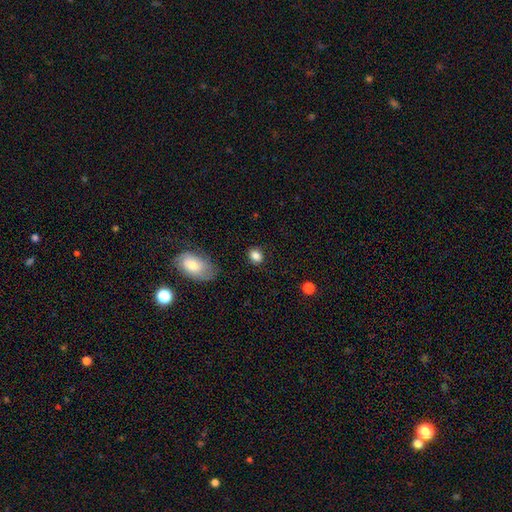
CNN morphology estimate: This appears to be a smooth galaxy with no disk features (85%) that is round (55%). Merging: none (83%).